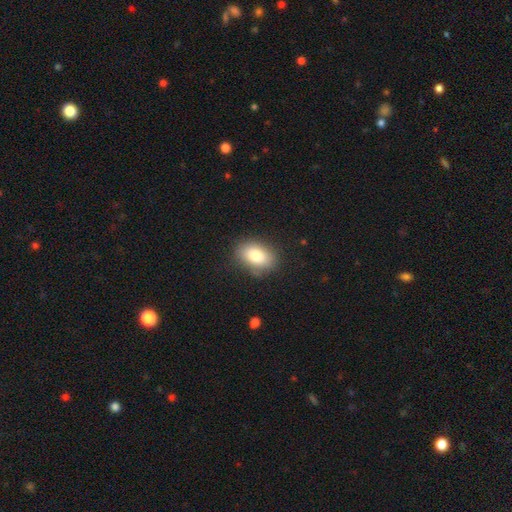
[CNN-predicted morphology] Smooth or featured? Predicted: smooth (p=0.82). How rounded? Predicted: in between (p=0.82). Merging? Predicted: none (p=0.82).